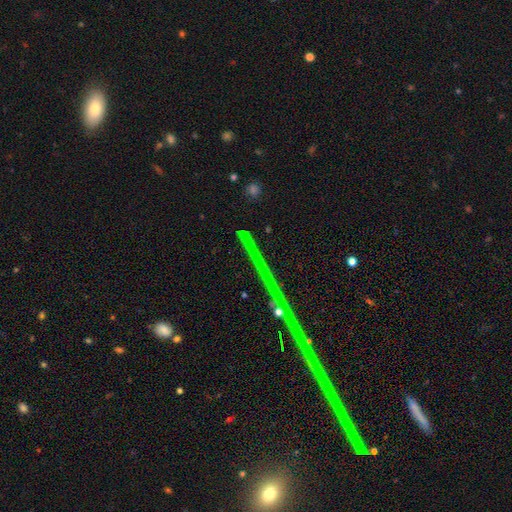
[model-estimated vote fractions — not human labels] Smooth or featured? Predicted: star or artifact (p=0.71).